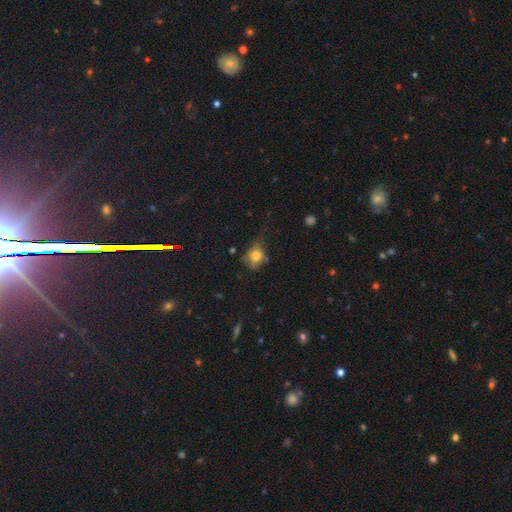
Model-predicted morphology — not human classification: A smooth galaxy with no disk features (67%) that is in between round and cigar-shaped (52%). Merging: none (46%).